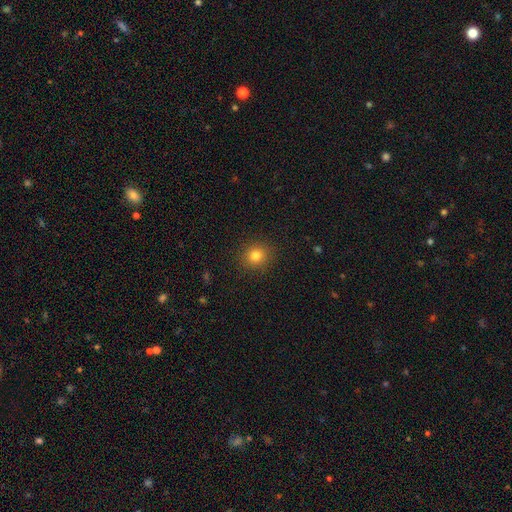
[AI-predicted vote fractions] Smooth or featured?
  - smooth: 80% *
  - star or artifact: 13%
  - featured or disk: 7%
How rounded?
  - round: 86% *
  - in between: 13%
  - cigar-shaped: 1%
Merging?
  - none: 90% *
  - minor disturbance: 6%
  - major disturbance: 2%
  - merger: 1%